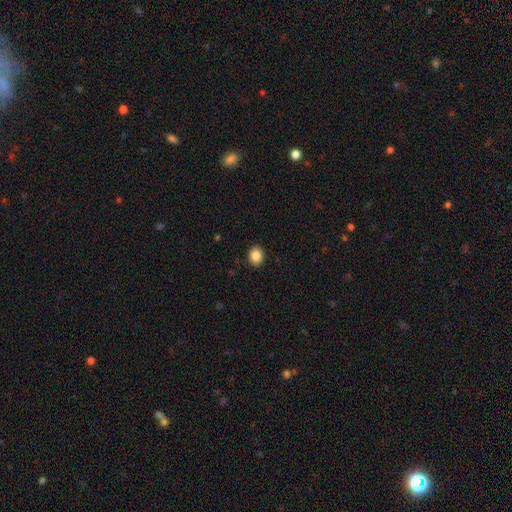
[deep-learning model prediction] Smooth or featured: smooth — 86% (star or artifact — 9%)
How rounded: round — 55% (in between — 45%)
Merging: none — 91% (minor disturbance — 6%)